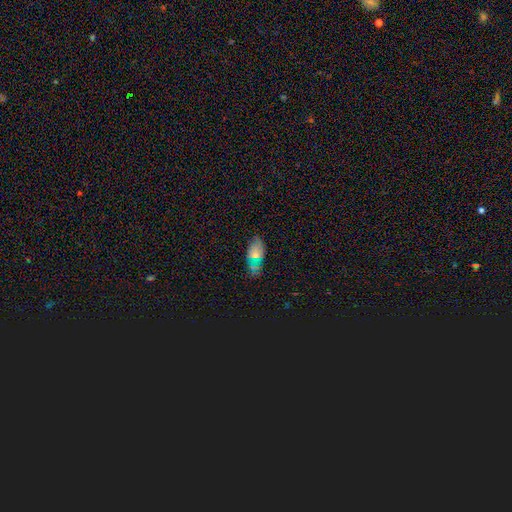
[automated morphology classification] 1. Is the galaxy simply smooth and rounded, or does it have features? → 63% smooth, 22% star or artifact, 16% featured or disk.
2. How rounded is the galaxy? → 92% in between, 4% cigar-shaped, 4% round.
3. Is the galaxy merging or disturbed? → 76% none, 17% minor disturbance, 4% major disturbance, 3% merger.